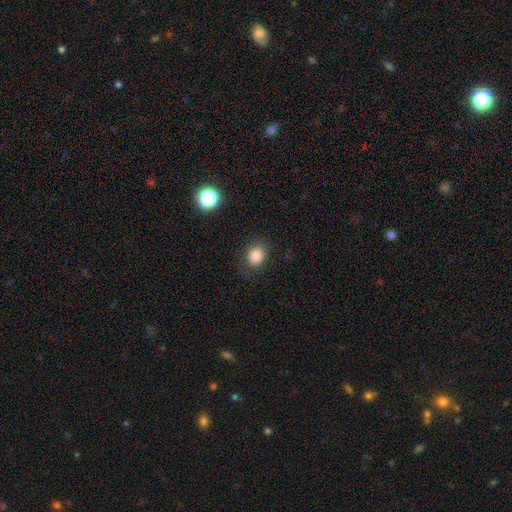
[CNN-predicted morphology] smooth 84%, star or artifact 11%, featured or disk 6%. Down the decision tree: how rounded — round (51%); merging — none (80%).